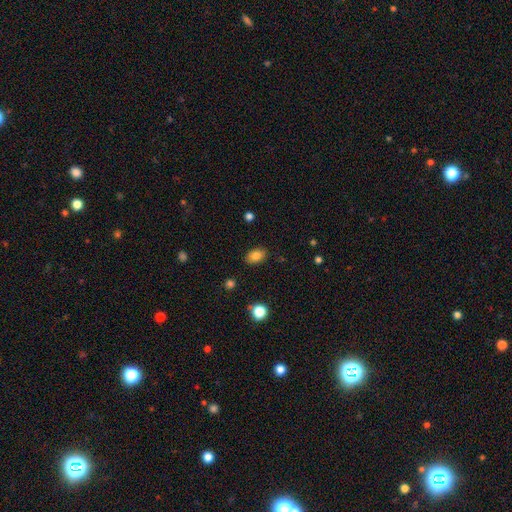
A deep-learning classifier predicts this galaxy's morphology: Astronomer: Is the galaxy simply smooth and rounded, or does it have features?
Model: smooth — 83%.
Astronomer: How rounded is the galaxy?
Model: in between — 84%.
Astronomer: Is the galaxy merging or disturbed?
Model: none — 87%.